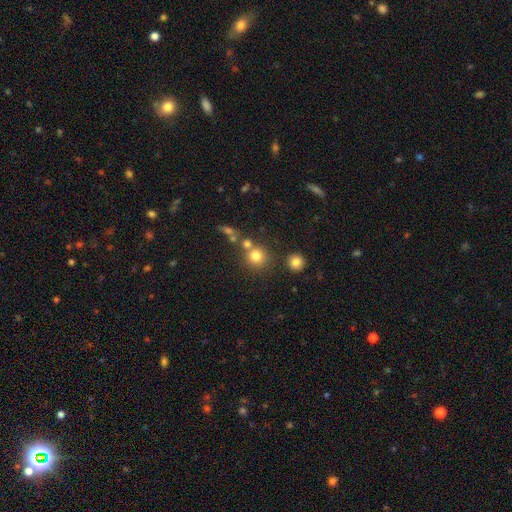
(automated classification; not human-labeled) A smooth galaxy with no disk features (77%) that is round (90%). Merging: none (65%).